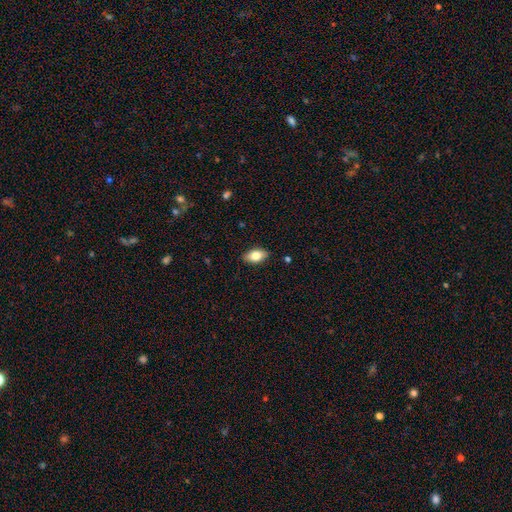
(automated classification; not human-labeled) This appears to be a smooth galaxy with no disk features (79%) that is in between round and cigar-shaped (90%). Merging: none (87%).